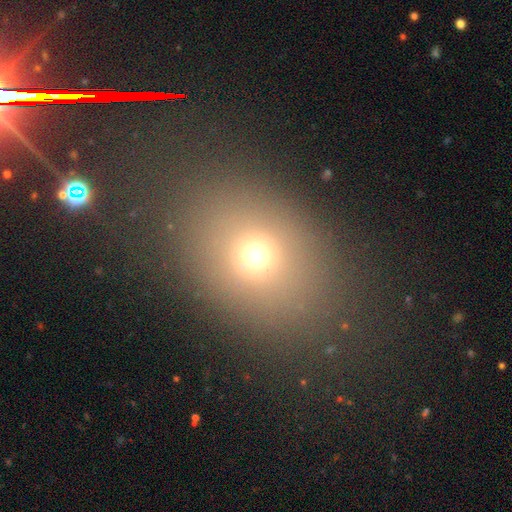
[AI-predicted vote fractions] Smooth or featured? smooth (68%)
How rounded? in between (54%)
Merging? none (79%)